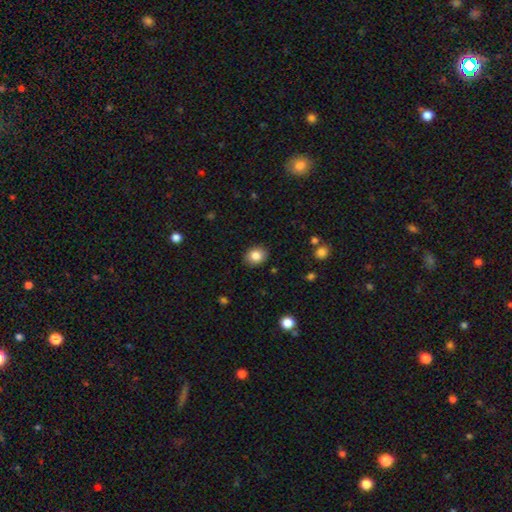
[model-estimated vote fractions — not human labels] Morphology: type=smooth (84%); roundness=round (53%); merging=none (88%).